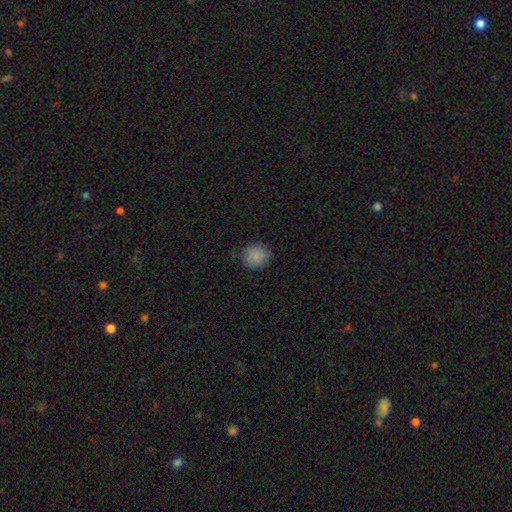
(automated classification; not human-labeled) Smooth or featured? smooth (86%)
How rounded? round (84%)
Merging? none (82%)